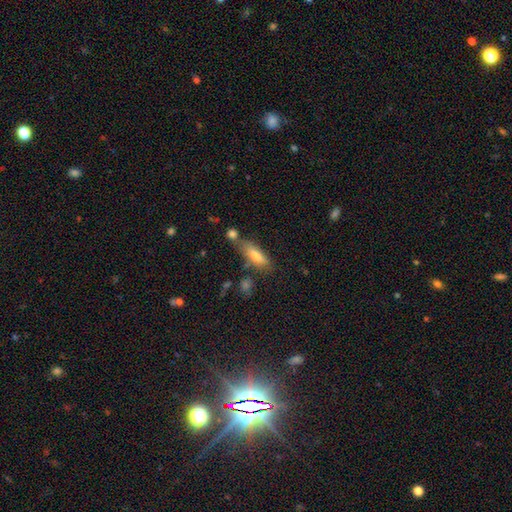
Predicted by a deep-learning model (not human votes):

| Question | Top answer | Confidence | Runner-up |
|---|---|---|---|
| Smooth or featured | smooth | 70% | featured or disk (21%) |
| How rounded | in between | 53% | cigar-shaped (45%) |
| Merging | none | 58% | minor disturbance (19%) |